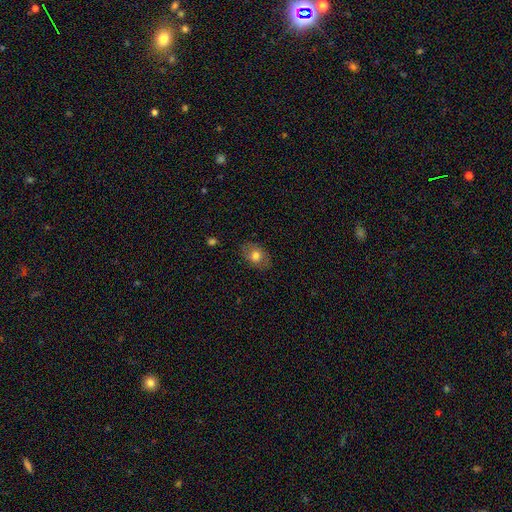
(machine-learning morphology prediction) Smooth or featured? smooth (72%)
How rounded? in between (73%)
Merging? none (81%)